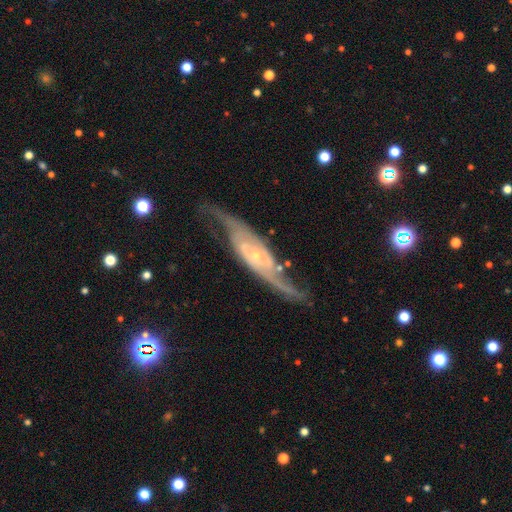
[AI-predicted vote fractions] A featured or disk galaxy (90%) with no bar (61%), 2 (86%) medium (42%) spiral arms (96%) and a small central bulge (73%). Merging: none (64%).